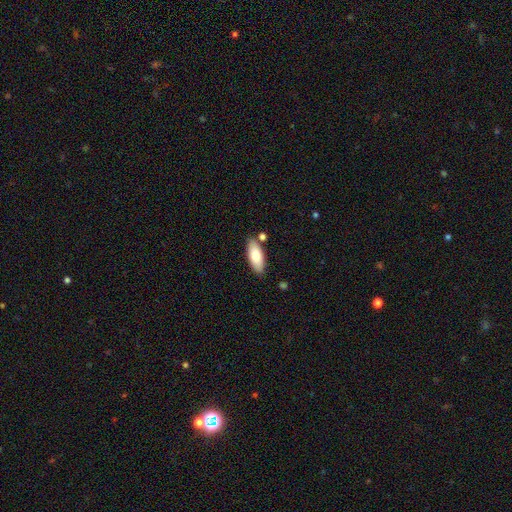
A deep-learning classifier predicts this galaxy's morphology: smooth_or_featured: smooth (p=0.81) [alt: featured or disk p=0.13]
how_rounded: in between (p=0.79) [alt: cigar-shaped p=0.19]
merging: none (p=0.82) [alt: minor disturbance p=0.11]